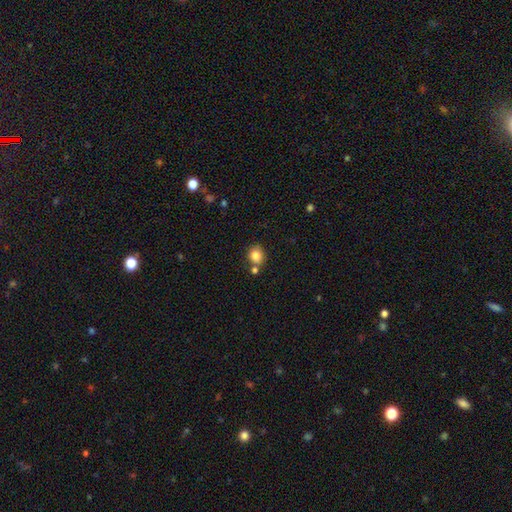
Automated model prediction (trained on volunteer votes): smooth 83%, star or artifact 10%, featured or disk 7%. Down the decision tree: how rounded — round (74%); merging — none (67%).